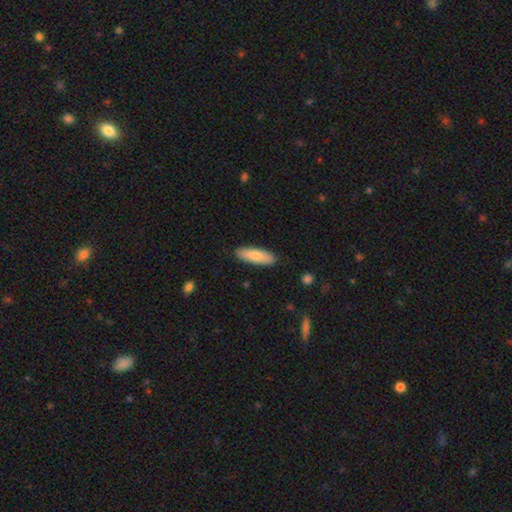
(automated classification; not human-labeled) A smooth galaxy with no disk features (79%) that is in between round and cigar-shaped (55%). Merging: none (88%).